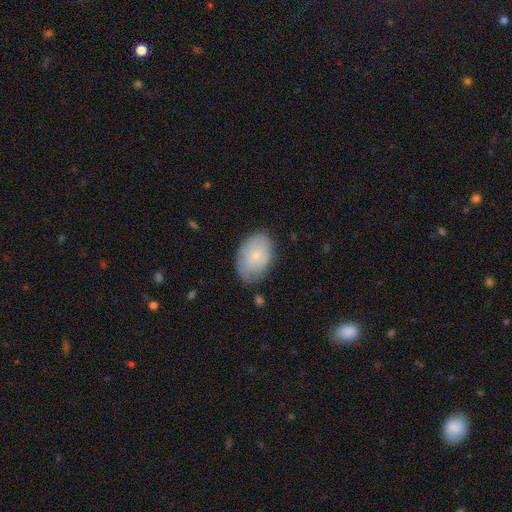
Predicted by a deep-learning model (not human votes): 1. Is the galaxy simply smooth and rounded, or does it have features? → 75% smooth, 19% featured or disk, 6% star or artifact.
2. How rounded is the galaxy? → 86% in between, 12% round, 1% cigar-shaped.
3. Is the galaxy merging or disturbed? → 73% none, 21% minor disturbance, 4% major disturbance, 2% merger.